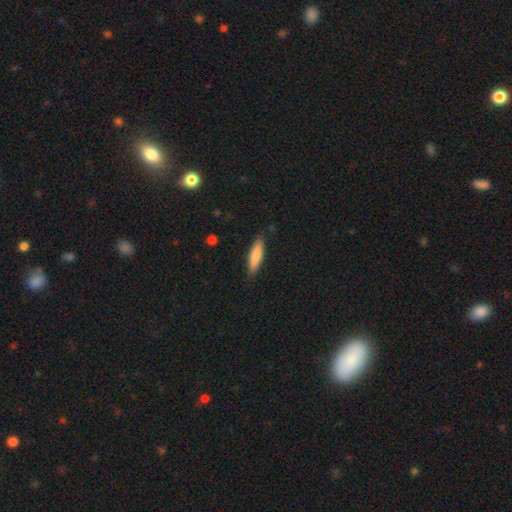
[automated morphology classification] Smooth or featured: smooth — 82% (featured or disk — 13%)
How rounded: cigar-shaped — 70% (in between — 29%)
Merging: none — 85% (minor disturbance — 11%)